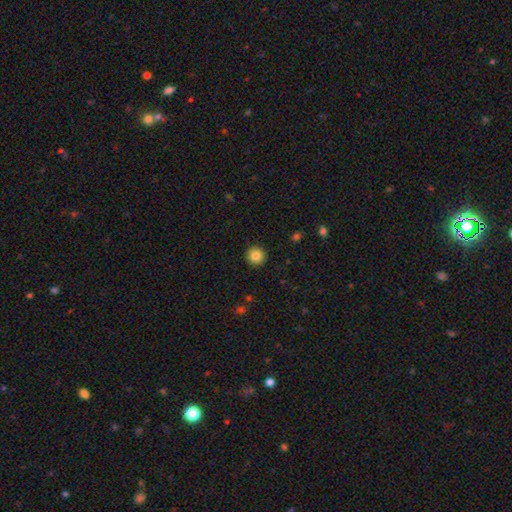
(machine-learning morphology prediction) Smooth or featured? smooth (85%)
How rounded? round (95%)
Merging? none (92%)